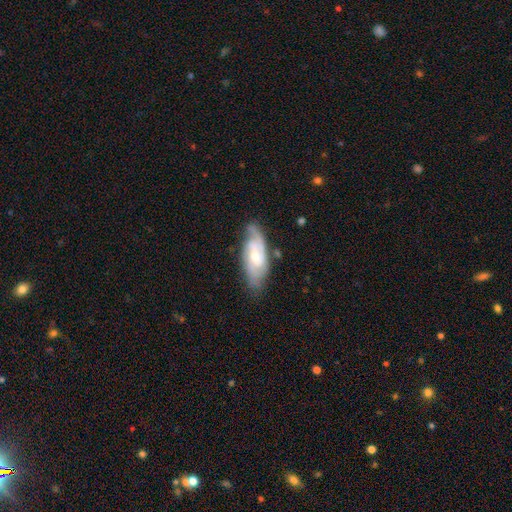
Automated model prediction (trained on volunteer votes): This is likely a featured or disk galaxy (78%). It is clearly not viewed edge-on (90%). Bar: possibly no (47%). Spiral arm pattern: clearly yes (93%). Spiral arm count: possibly 2 (51%). Spiral winding: possibly tight (47%). Central bulge: possibly small (48%, tied with moderate). Merging: likely none (71%).